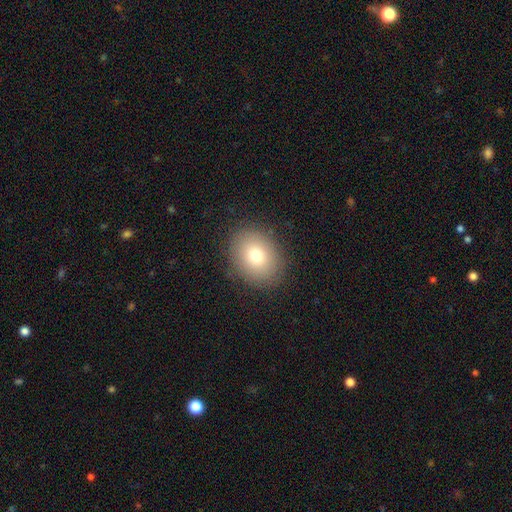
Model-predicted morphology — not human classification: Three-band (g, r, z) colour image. It shows a smooth galaxy with no disk features (78%) that is in between round and cigar-shaped (55%). Merging: none (88%).